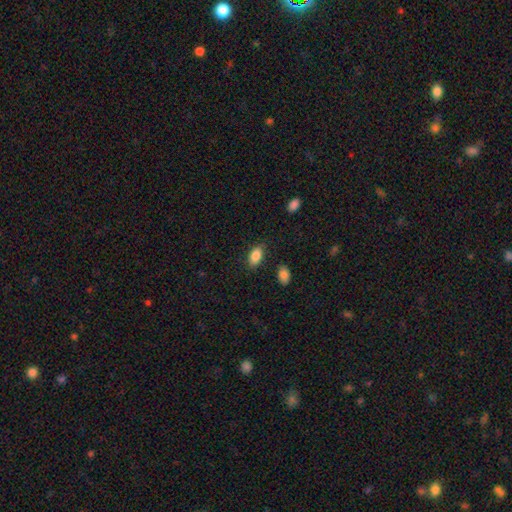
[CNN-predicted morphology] This is clearly a smooth galaxy (86%). How rounded: clearly in between (92%). Merging: likely none (80%).